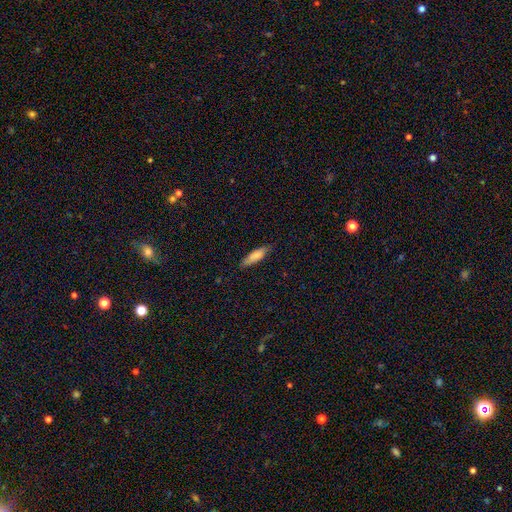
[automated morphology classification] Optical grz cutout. It shows a smooth galaxy with no disk features (81%) that is cigar-shaped (57%). Merging: none (80%).